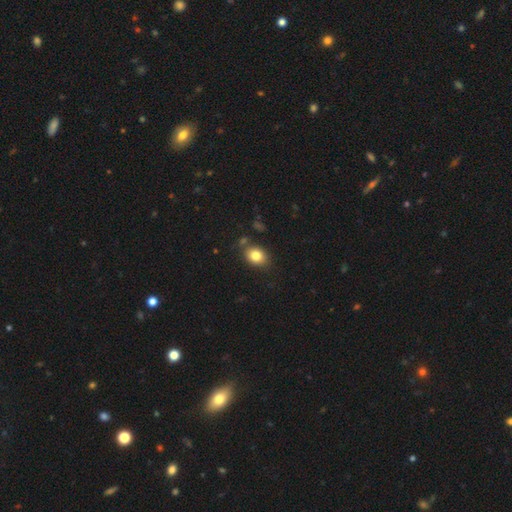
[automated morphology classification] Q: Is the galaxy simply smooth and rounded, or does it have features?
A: smooth — 82%.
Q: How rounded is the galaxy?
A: in between — 54%.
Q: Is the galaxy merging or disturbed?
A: none — 78%.